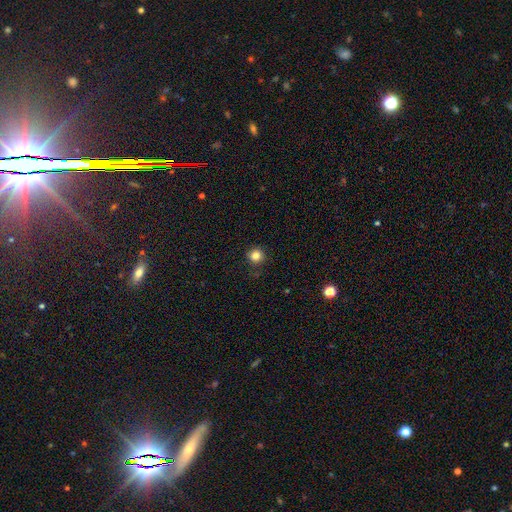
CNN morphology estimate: Overall: smooth (84%). How rounded: round (94%). Merging: none (89%).